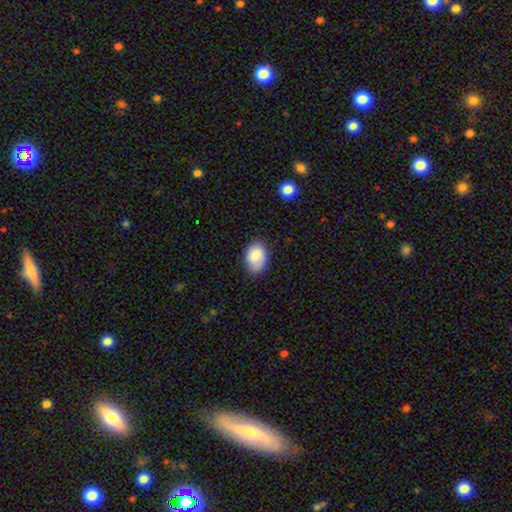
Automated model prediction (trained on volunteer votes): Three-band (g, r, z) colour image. It shows a smooth galaxy with no disk features (85%) that is in between round and cigar-shaped (85%). Merging: none (75%).